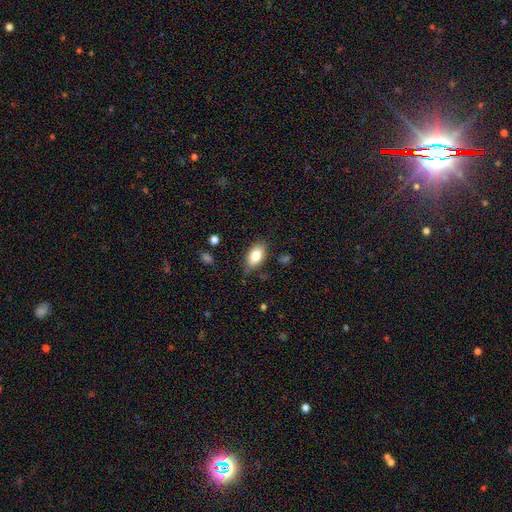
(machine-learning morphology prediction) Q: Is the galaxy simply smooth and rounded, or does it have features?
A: smooth — 81%.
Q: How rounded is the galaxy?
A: in between — 90%.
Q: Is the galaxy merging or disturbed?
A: none — 76%.